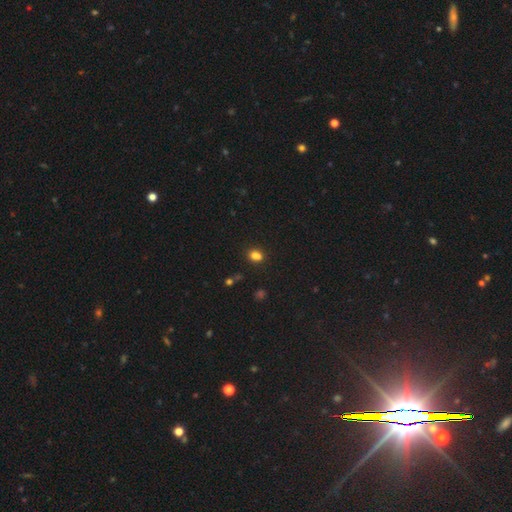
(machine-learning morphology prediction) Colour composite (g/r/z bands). It shows a smooth galaxy with no disk features (79%) that is in between round and cigar-shaped (56%). Merging: none (70%).